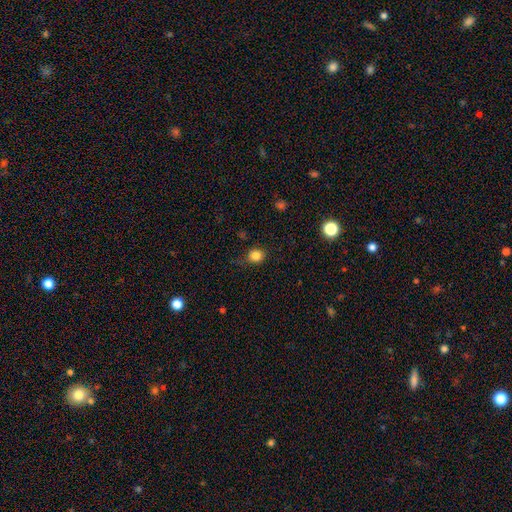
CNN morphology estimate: type=smooth (83%); roundness=round (78%); merging=none (74%).